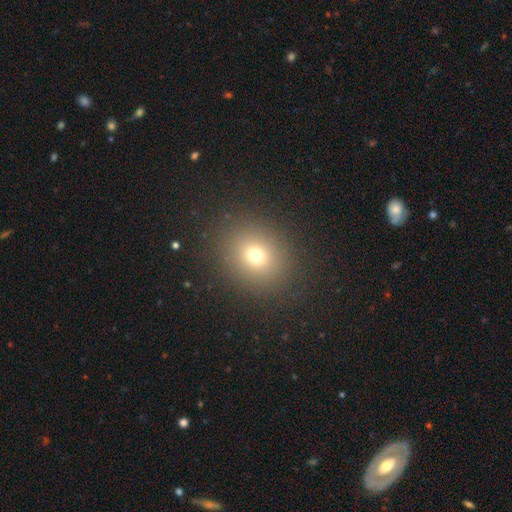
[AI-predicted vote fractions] smooth-or-featured: smooth: 70% | star or artifact: 19% | featured or disk: 11%
  how-rounded: round: 72% | in between: 27% | cigar-shaped: 1%
  merging: none: 87% | minor disturbance: 7% | major disturbance: 4% | merger: 1%